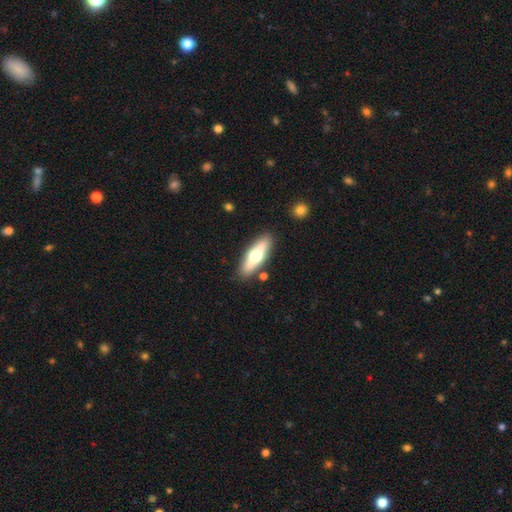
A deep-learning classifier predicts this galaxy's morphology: This appears to be a smooth galaxy with no disk features (50%) that is cigar-shaped (54%). Merging: none (86%).